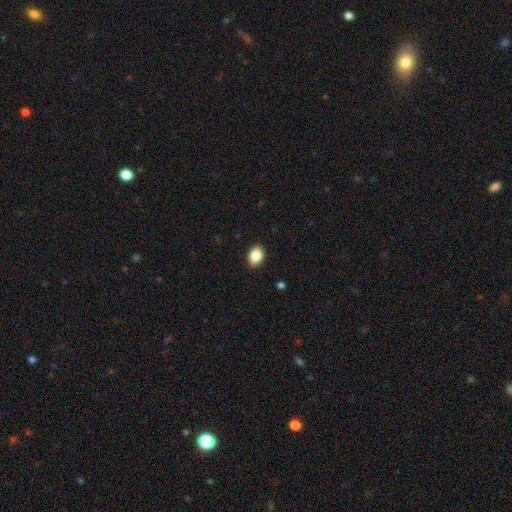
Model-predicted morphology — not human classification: The model was most divided on "how rounded": in between: 79%, round: 20%, cigar-shaped: 1%. More confident: merging — none (90%); smooth or featured — smooth (88%).